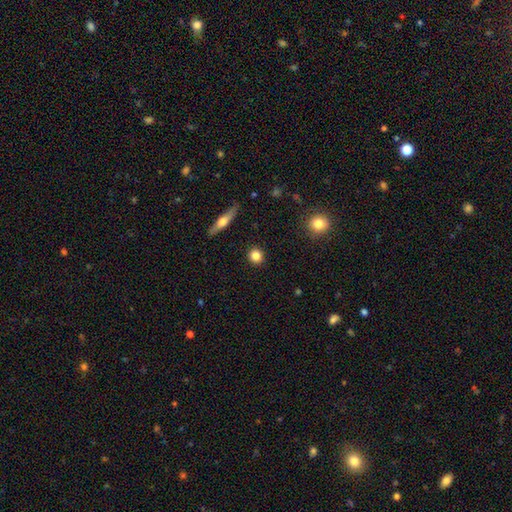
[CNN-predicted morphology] Overall: smooth (83%). How rounded: round (91%). Merging: none (92%).